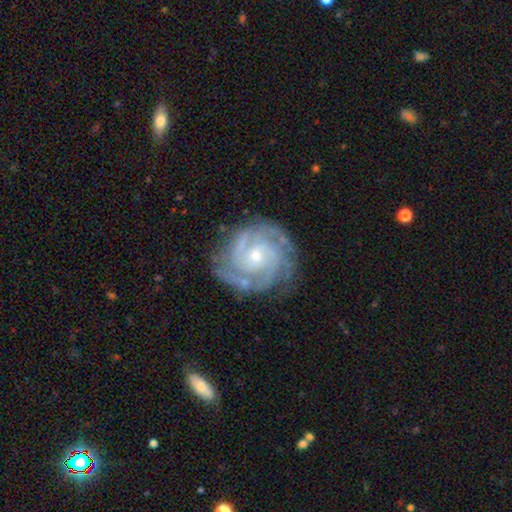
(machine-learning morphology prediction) smooth-or-featured: featured or disk: 89% | star or artifact: 5% | smooth: 5%
  disk-edge-on: no: 98% | yes: 2%
    bar: no: 65% | weak: 28% | strong: 7%
    has-spiral-arms: yes: 98% | no: 2%
      spiral-winding: tight: 71% | medium: 25% | loose: 3%
      spiral-arm-count: 3: 34% | 4: 21% | 2: 17% | can't tell: 16% | more than 4: 6% | 1: 5%
    bulge-size: small: 64% | moderate: 32% | none: 1% | large: 1% | dominant: 1%
  merging: none: 78% | minor disturbance: 15% | major disturbance: 5% | merger: 2%